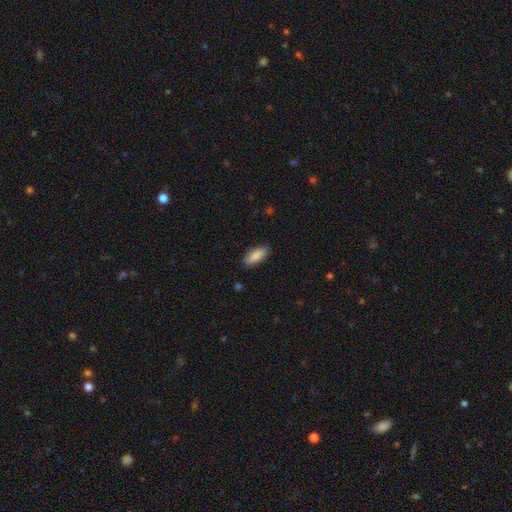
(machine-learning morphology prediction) A smooth galaxy with no disk features (88%) that is in between round and cigar-shaped (82%). Merging: none (88%).